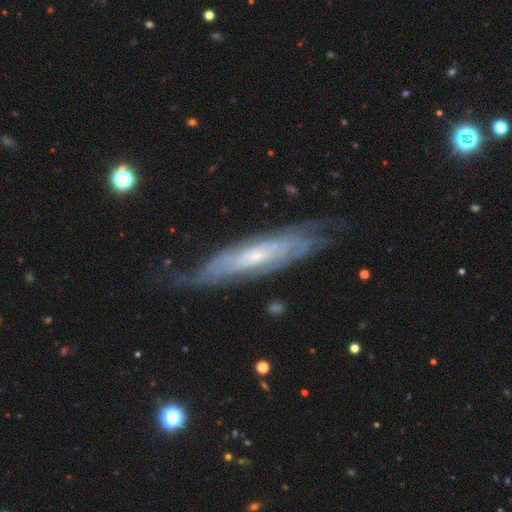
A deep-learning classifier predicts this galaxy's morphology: type=featured or disk (80%); edge-on=no (67%); bar=no (63%); spiral arms=yes (91%); bulge=small (71%); merging=none (70%).